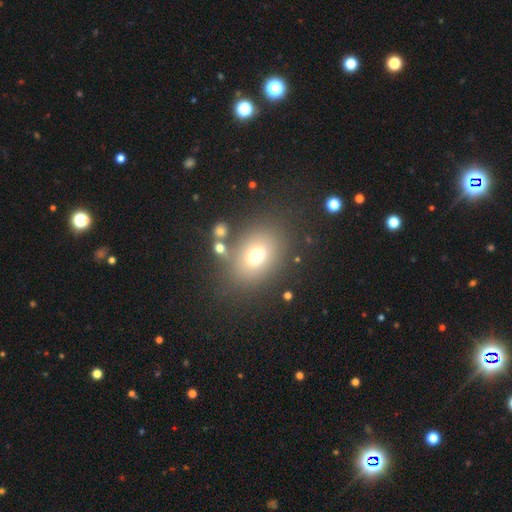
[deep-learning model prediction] A smooth galaxy with no disk features (70%) that is in between round and cigar-shaped (58%).

Vote fractions:
- Smooth or featured? smooth: 70% / star or artifact: 15% / featured or disk: 15%
- How rounded? in between: 58% / round: 41% / cigar-shaped: 1%
- Merging? none: 73% / minor disturbance: 12% / merger: 8% / major disturbance: 7%